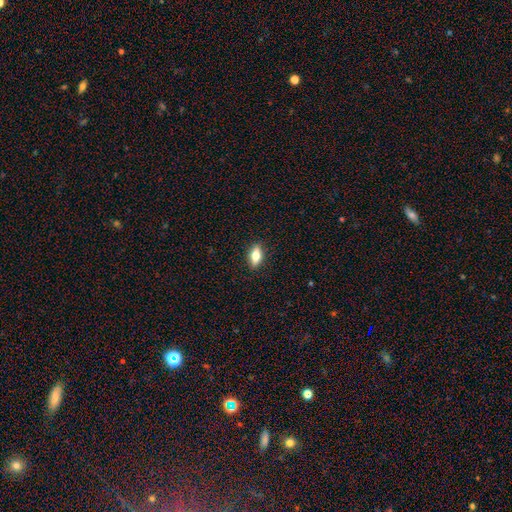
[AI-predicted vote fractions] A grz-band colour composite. It shows a smooth galaxy with no disk features (67%) that is in between round and cigar-shaped (79%). Merging: none (89%).